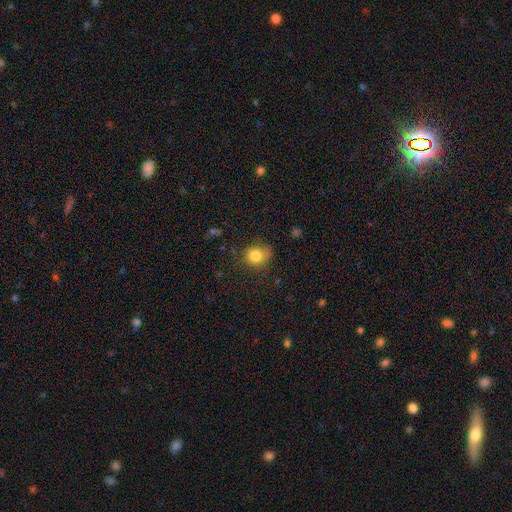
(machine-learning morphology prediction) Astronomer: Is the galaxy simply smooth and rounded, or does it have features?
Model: smooth — 81%.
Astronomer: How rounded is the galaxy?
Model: round — 78%.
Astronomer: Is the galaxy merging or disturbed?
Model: none — 68%.